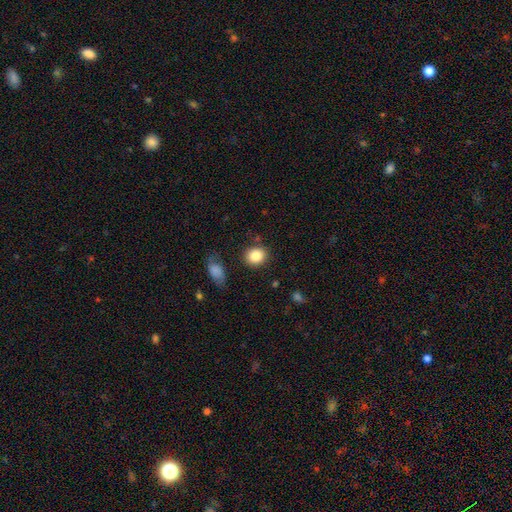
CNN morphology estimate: type=smooth (85%); roundness=round (69%); merging=none (84%).